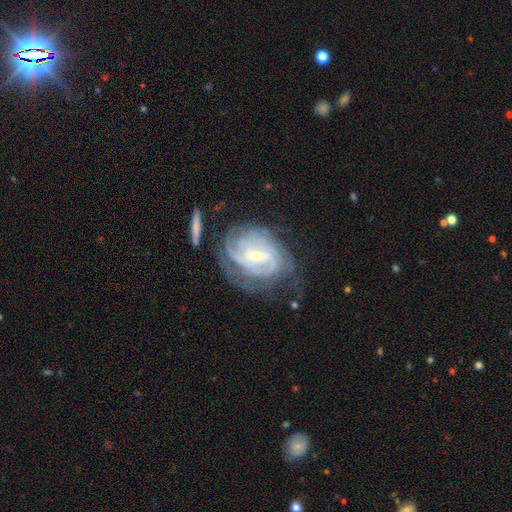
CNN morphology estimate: smooth-or-featured: featured or disk: 87% | smooth: 8% | star or artifact: 6%
  disk-edge-on: no: 96% | yes: 4%
    bar: weak: 49% | strong: 31% | no: 20%
    has-spiral-arms: yes: 95% | no: 5%
      spiral-winding: tight: 66% | medium: 28% | loose: 7%
      spiral-arm-count: can't tell: 35% | 3: 19% | 2: 19% | 4: 17% | more than 4: 5% | 1: 5%
    bulge-size: small: 65% | moderate: 31% | large: 2% | none: 1% | dominant: 1%
  merging: none: 58% | minor disturbance: 22% | major disturbance: 16% | merger: 4%